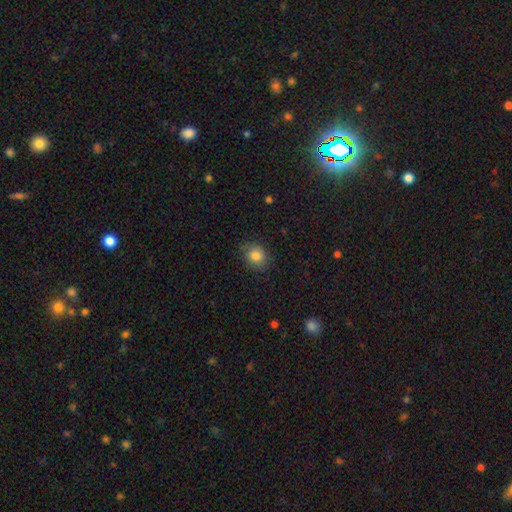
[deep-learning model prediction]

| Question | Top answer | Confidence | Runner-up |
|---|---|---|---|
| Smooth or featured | smooth | 82% | star or artifact (9%) |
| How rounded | round | 56% | in between (43%) |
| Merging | none | 78% | minor disturbance (17%) |